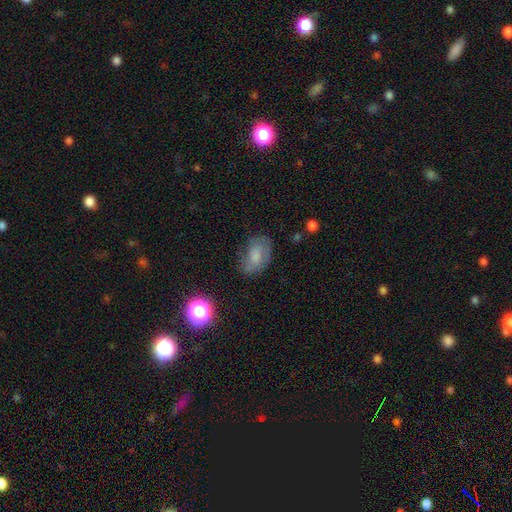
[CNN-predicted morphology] smooth_or_featured: smooth (p=0.65) [alt: featured or disk p=0.24]
how_rounded: in between (p=0.85) [alt: round p=0.14]
merging: none (p=0.63) [alt: minor disturbance p=0.25]